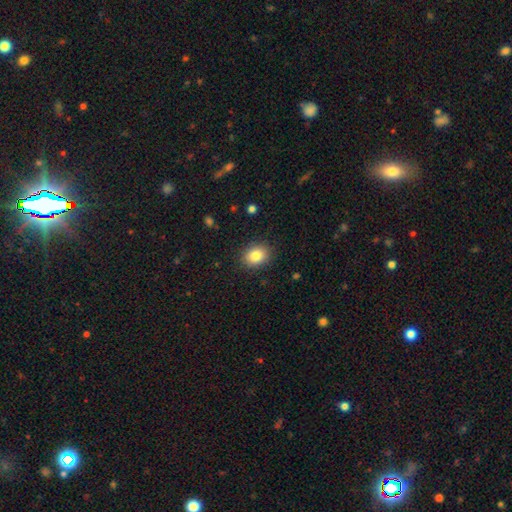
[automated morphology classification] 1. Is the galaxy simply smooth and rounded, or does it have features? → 84% smooth, 9% star or artifact, 7% featured or disk.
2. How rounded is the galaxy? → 54% in between, 45% round, 1% cigar-shaped.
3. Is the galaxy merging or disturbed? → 88% none, 8% minor disturbance, 2% major disturbance, 1% merger.